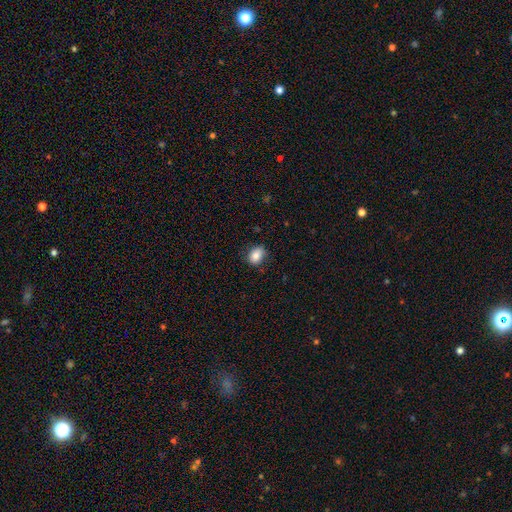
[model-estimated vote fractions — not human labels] Smooth or featured? Predicted: smooth (p=0.84). How rounded? Predicted: in between (p=0.65). Merging? Predicted: none (p=0.80).